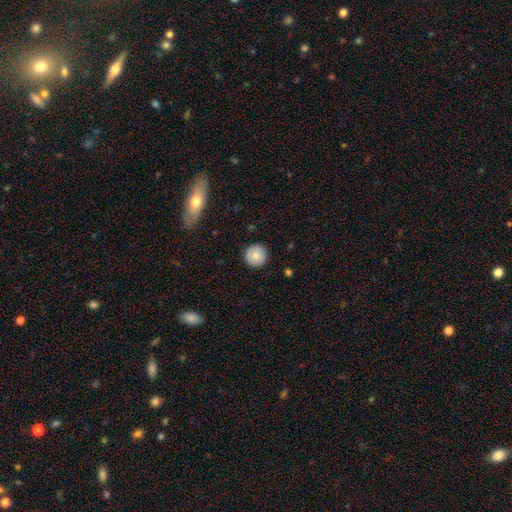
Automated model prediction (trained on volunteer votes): Smooth or featured?
  - smooth: 71% *
  - featured or disk: 21%
  - star or artifact: 7%
How rounded?
  - round: 95% *
  - in between: 4%
  - cigar-shaped: 1%
Merging?
  - none: 91% *
  - minor disturbance: 7%
  - major disturbance: 2%
  - merger: 1%